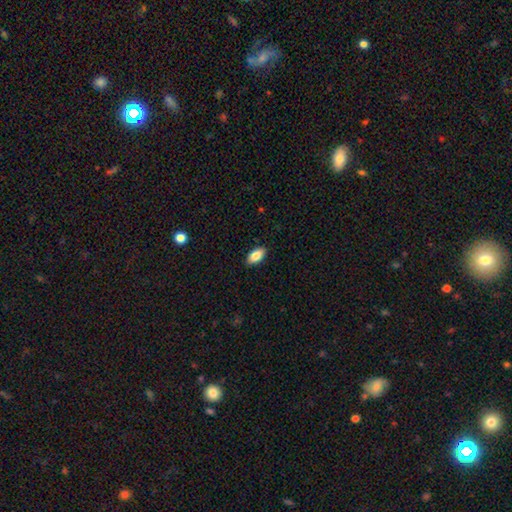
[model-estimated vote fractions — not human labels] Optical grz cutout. It shows a smooth galaxy with no disk features (86%) that is in between round and cigar-shaped (92%). Merging: none (89%).